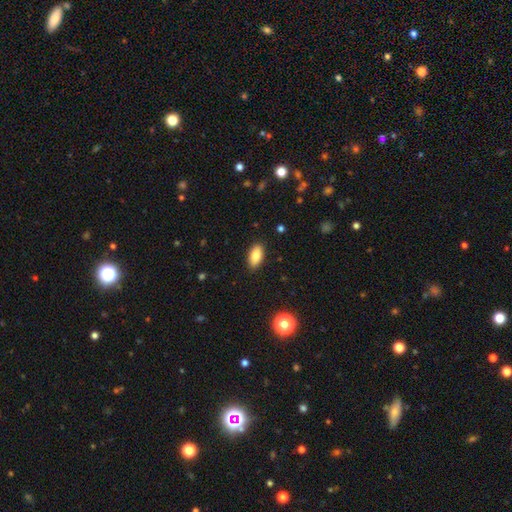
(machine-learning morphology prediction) Smooth or featured? smooth (85%)
How rounded? in between (90%)
Merging? none (89%)